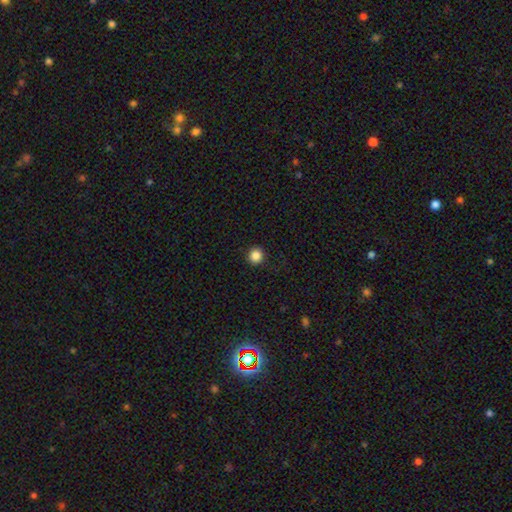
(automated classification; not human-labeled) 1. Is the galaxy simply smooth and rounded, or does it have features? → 86% smooth, 11% star or artifact, 3% featured or disk.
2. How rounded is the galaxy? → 93% round, 6% in between, 1% cigar-shaped.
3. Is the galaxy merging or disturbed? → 92% none, 5% minor disturbance, 2% major disturbance, 1% merger.